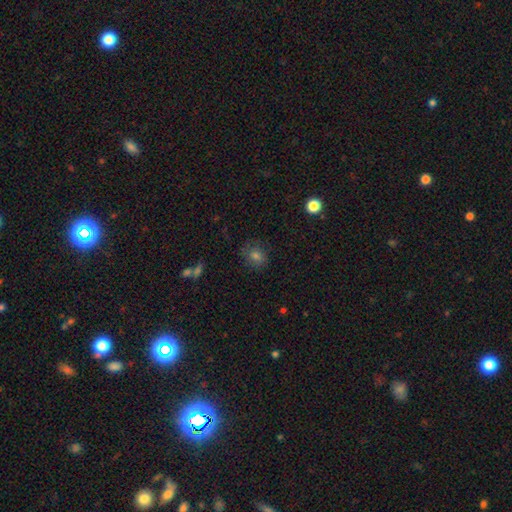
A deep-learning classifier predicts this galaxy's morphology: This is likely a smooth galaxy (71%). How rounded: likely round (65%). Merging: likely none (75%).